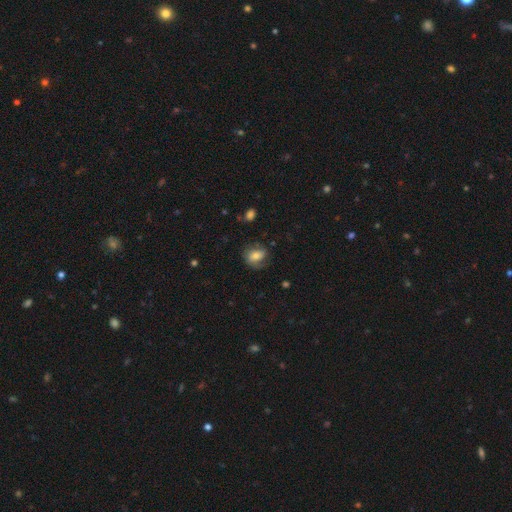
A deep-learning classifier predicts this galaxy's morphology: Overall: smooth (58%; featured or disk 34%). How rounded: in between (60%; round 38%). Merging: none (62%; minor disturbance 23%).